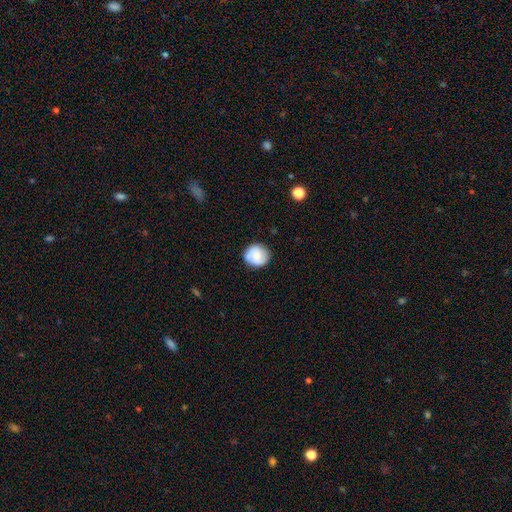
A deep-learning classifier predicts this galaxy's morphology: Smooth or featured? Predicted: smooth (p=0.70). How rounded? Predicted: round (p=0.88). Merging? Predicted: none (p=0.86).